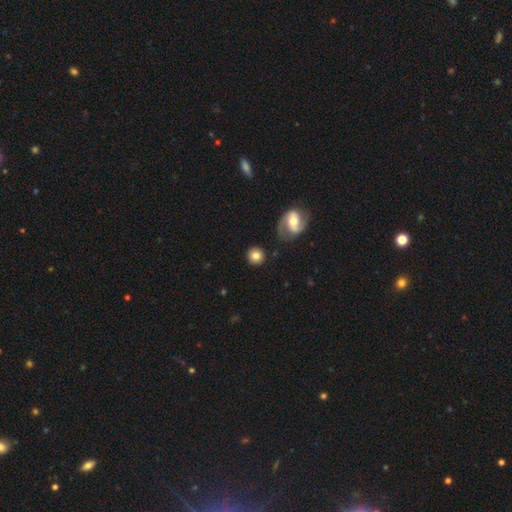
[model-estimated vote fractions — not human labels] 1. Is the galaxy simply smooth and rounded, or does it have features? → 78% smooth, 14% featured or disk, 8% star or artifact.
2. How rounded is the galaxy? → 93% round, 6% in between, 1% cigar-shaped.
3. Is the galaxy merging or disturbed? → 86% none, 8% minor disturbance, 3% merger, 3% major disturbance.